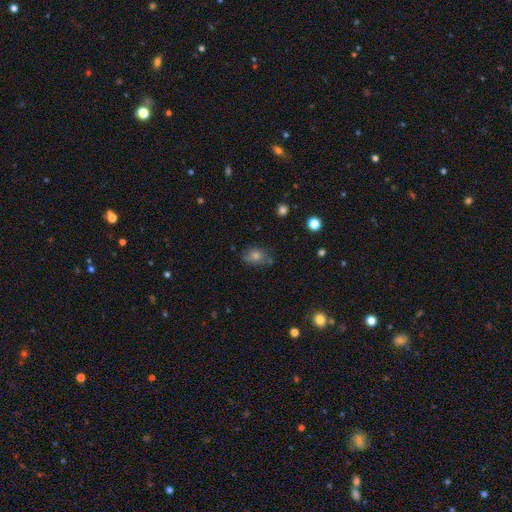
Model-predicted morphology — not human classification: Smooth or featured?
  - smooth: 61% *
  - star or artifact: 21%
  - featured or disk: 18%
How rounded?
  - in between: 61% *
  - round: 37%
  - cigar-shaped: 2%
Merging?
  - none: 71% *
  - minor disturbance: 19%
  - major disturbance: 5%
  - merger: 4%